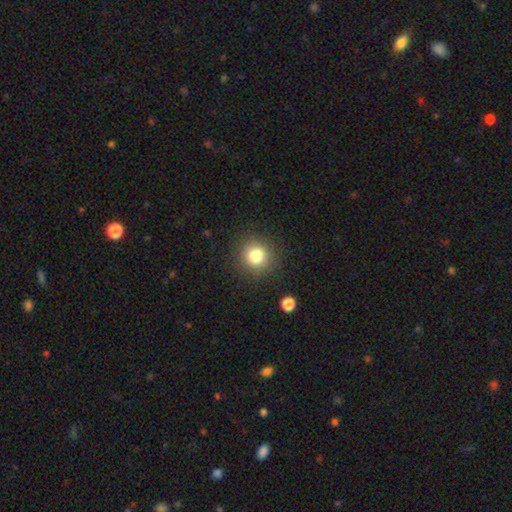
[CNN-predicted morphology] smooth-or-featured: smooth: 80% | star or artifact: 12% | featured or disk: 8%
  how-rounded: round: 92% | in between: 7% | cigar-shaped: 1%
  merging: none: 88% | minor disturbance: 7% | major disturbance: 3% | merger: 2%